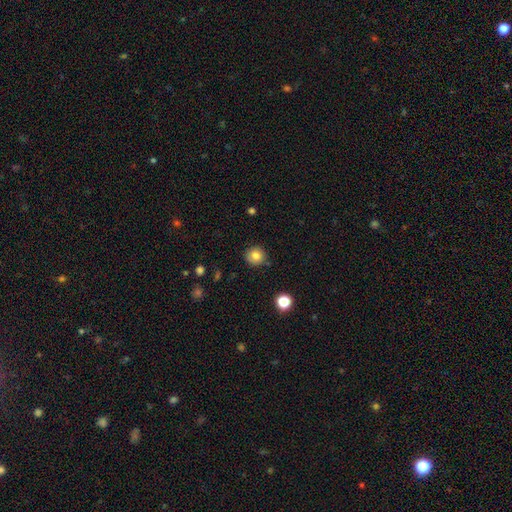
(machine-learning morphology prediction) Smooth or featured: smooth — 81% (star or artifact — 10%)
How rounded: round — 92% (in between — 8%)
Merging: none — 86% (minor disturbance — 9%)